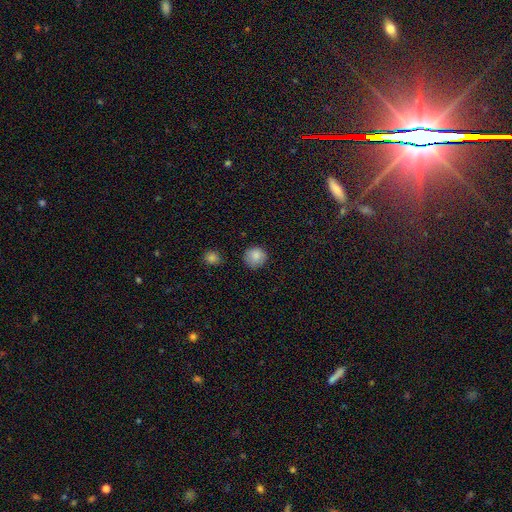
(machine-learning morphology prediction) Smooth or featured?
  - smooth: 86% *
  - star or artifact: 8%
  - featured or disk: 6%
How rounded?
  - round: 91% *
  - in between: 8%
  - cigar-shaped: 1%
Merging?
  - none: 83% *
  - minor disturbance: 12%
  - major disturbance: 3%
  - merger: 2%